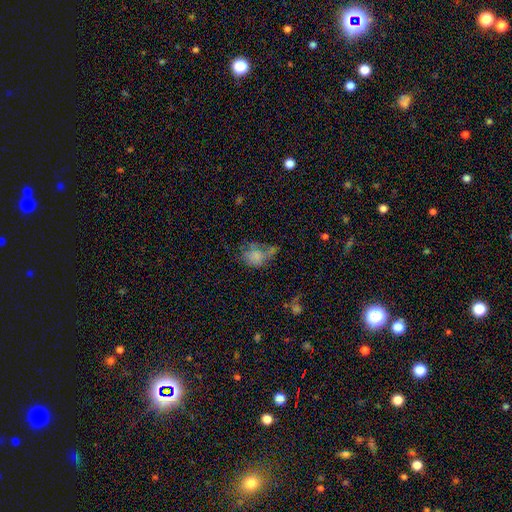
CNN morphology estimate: smooth 58%, featured or disk 27%, star or artifact 14%. Down the decision tree: how rounded — in between (65%); merging — major disturbance (37%).